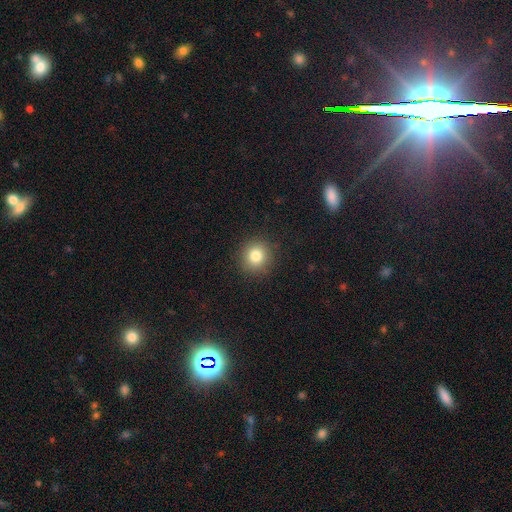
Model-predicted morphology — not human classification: This appears to be a smooth galaxy with no disk features (81%) that is round (91%). Merging: none (90%).